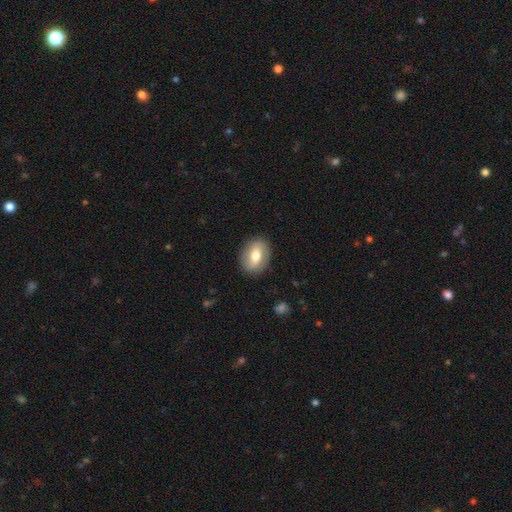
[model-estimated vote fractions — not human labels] Overall: smooth (57%; featured or disk 36%). How rounded: in between (71%). Merging: none (86%).